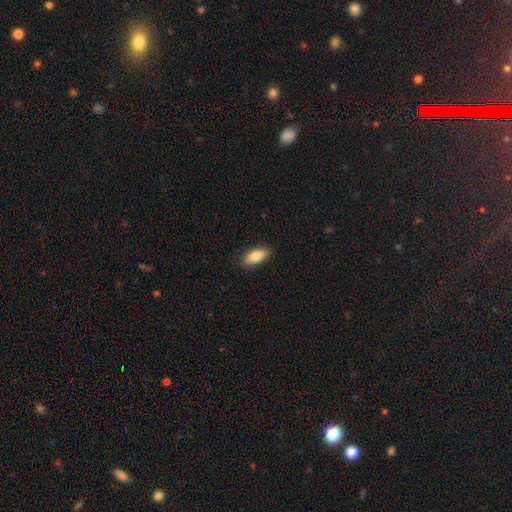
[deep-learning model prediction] The model was most divided on "how rounded": in between: 87%, cigar-shaped: 11%, round: 2%. More confident: merging — none (88%); smooth or featured — smooth (86%).